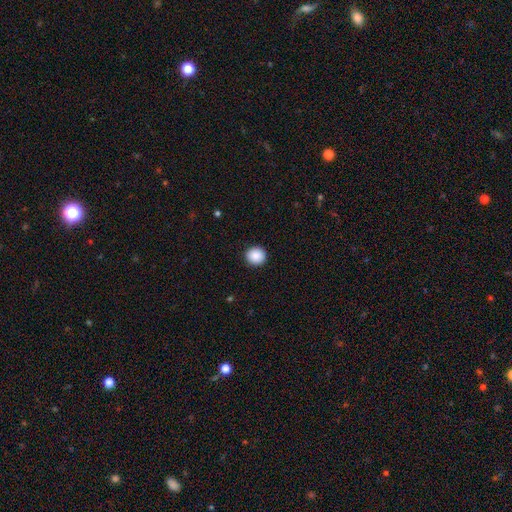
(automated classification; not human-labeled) smooth_or_featured: smooth (p=0.89) [alt: star or artifact p=0.08]
how_rounded: round (p=0.90) [alt: in between p=0.09]
merging: none (p=0.92) [alt: minor disturbance p=0.05]